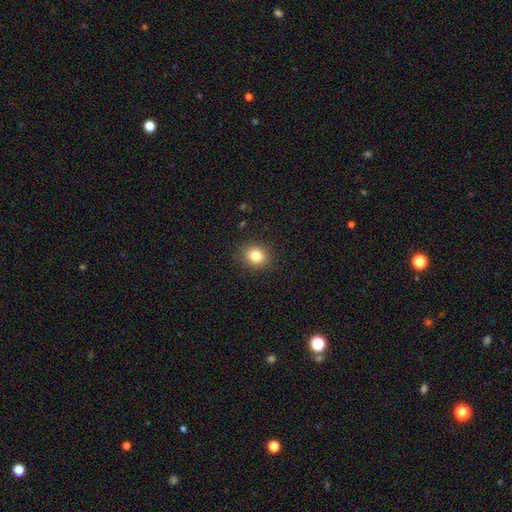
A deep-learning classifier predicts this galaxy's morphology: smooth 83%, star or artifact 11%, featured or disk 6%. Down the decision tree: how rounded — round (66%); merging — none (90%).